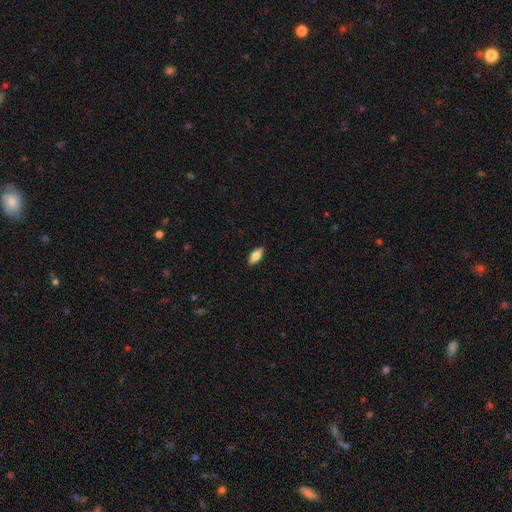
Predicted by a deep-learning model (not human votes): Smooth or featured: smooth — 77% (featured or disk — 16%)
How rounded: in between — 84% (cigar-shaped — 13%)
Merging: none — 88% (minor disturbance — 9%)